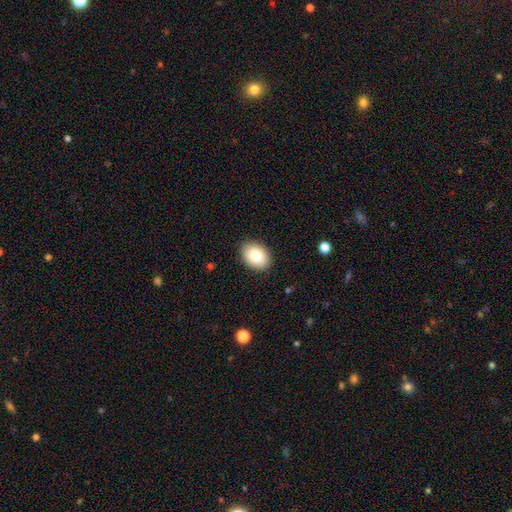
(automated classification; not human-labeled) A smooth galaxy with no disk features (86%) that is in between round and cigar-shaped (81%).

Vote fractions:
- Smooth or featured? smooth: 86% / featured or disk: 7% / star or artifact: 7%
- How rounded? in between: 81% / round: 18% / cigar-shaped: 1%
- Merging? none: 87% / minor disturbance: 9% / major disturbance: 2% / merger: 1%